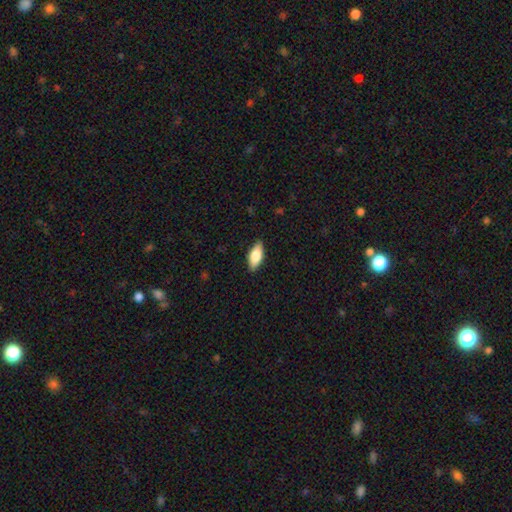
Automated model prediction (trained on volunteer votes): smooth_or_featured: smooth (p=0.73) [alt: featured or disk p=0.20]
how_rounded: in between (p=0.82) [alt: cigar-shaped p=0.15]
merging: none (p=0.87) [alt: minor disturbance p=0.10]